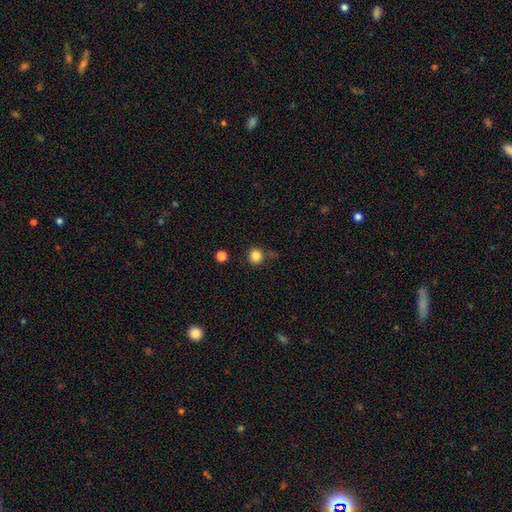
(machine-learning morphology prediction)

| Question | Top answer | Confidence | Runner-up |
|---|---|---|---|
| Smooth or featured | smooth | 84% | star or artifact (11%) |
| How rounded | round | 93% | in between (6%) |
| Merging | none | 82% | minor disturbance (10%) |